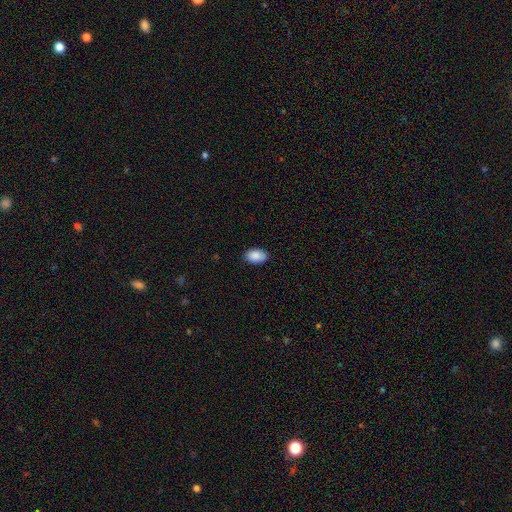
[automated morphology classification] Overall: smooth (89%). How rounded: in between (91%). Merging: none (88%).